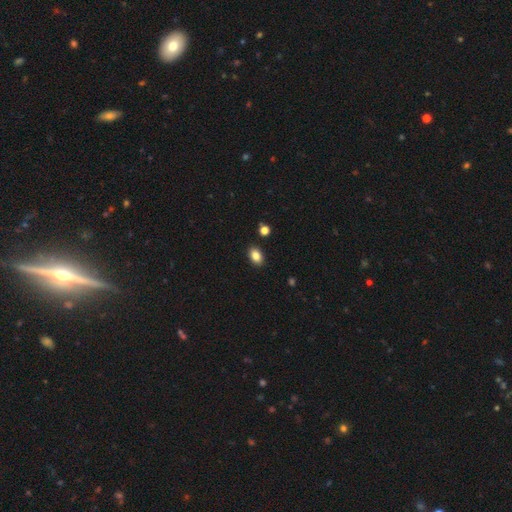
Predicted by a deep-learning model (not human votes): A smooth galaxy with no disk features (85%) that is in between round and cigar-shaped (82%).

Vote fractions:
- Smooth or featured? smooth: 85% / star or artifact: 10% / featured or disk: 6%
- How rounded? in between: 82% / round: 17% / cigar-shaped: 1%
- Merging? none: 88% / minor disturbance: 8% / merger: 2% / major disturbance: 2%